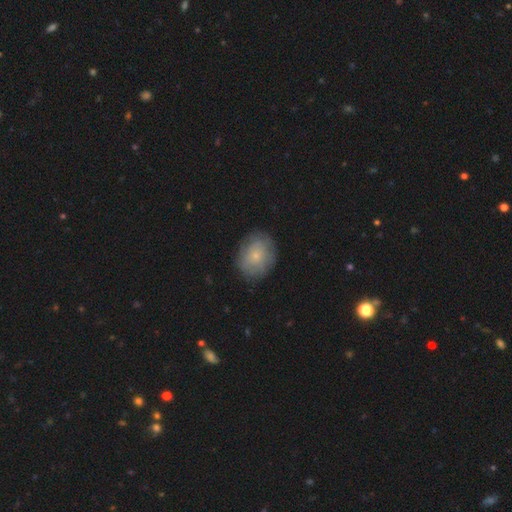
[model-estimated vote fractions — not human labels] This appears to be a smooth galaxy with no disk features (65%) that is round (51%). Merging: none (80%).